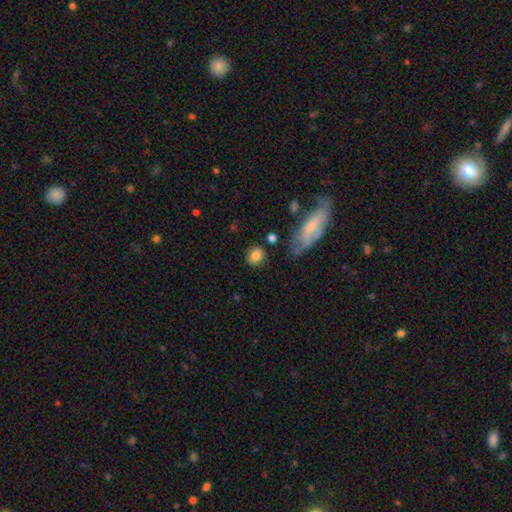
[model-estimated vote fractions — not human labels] A smooth galaxy with no disk features (82%) that is round (50%).

Vote fractions:
- Smooth or featured? smooth: 82% / featured or disk: 9% / star or artifact: 9%
- How rounded? round: 50% / in between: 47% / cigar-shaped: 2%
- Merging? none: 77% / minor disturbance: 14% / major disturbance: 5% / merger: 4%